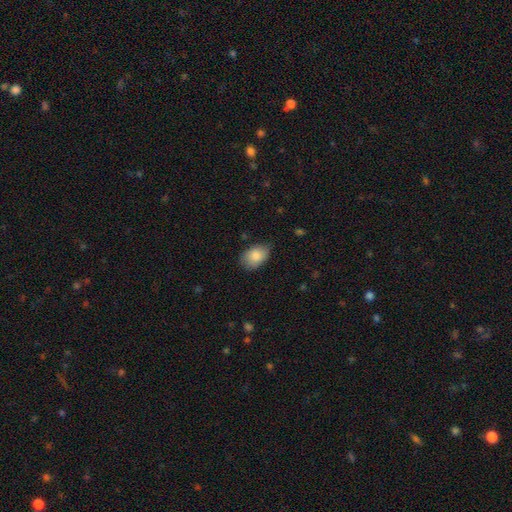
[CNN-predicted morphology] smooth_or_featured: smooth (p=0.86) [alt: featured or disk p=0.07]
how_rounded: in between (p=0.84) [alt: round p=0.15]
merging: none (p=0.70) [alt: minor disturbance p=0.24]